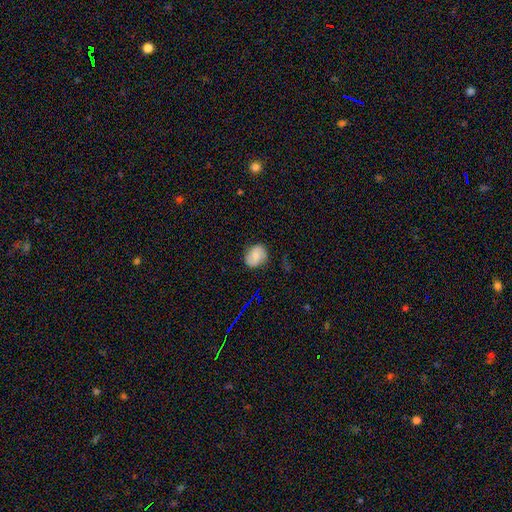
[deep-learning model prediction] Smooth or featured: smooth — 60% (featured or disk — 30%)
How rounded: round — 57% (in between — 42%)
Merging: none — 78% (minor disturbance — 16%)